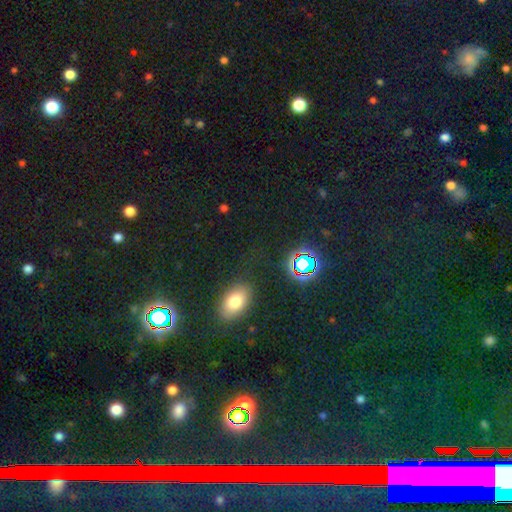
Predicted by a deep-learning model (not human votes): Smooth or featured? Predicted: smooth (p=0.48). Merging? Predicted: none (p=0.85).